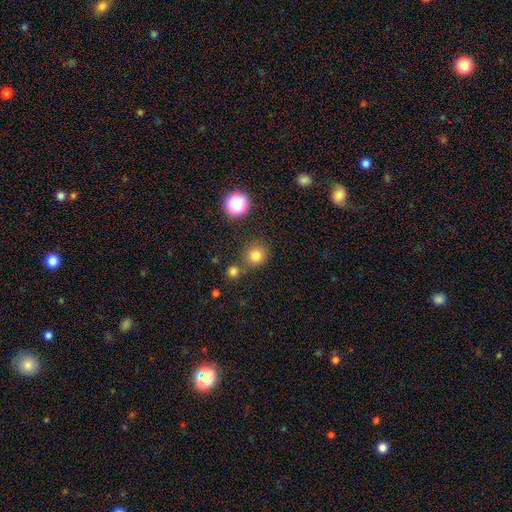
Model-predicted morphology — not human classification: Smooth or featured? Predicted: smooth (p=0.78). How rounded? Predicted: round (p=0.92). Merging? Predicted: none (p=0.75).